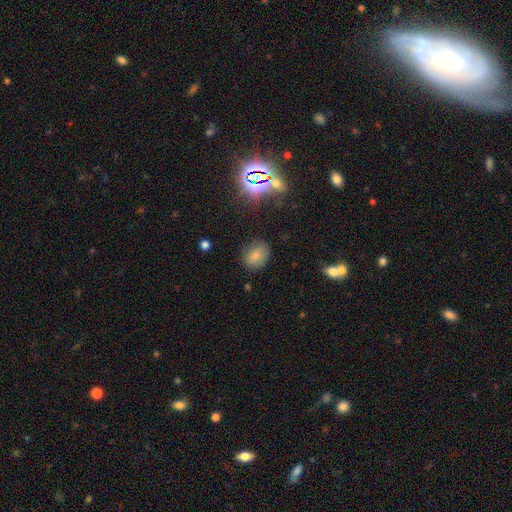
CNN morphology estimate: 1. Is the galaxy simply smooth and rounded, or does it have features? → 75% smooth, 15% star or artifact, 10% featured or disk.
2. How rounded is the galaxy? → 52% round, 46% in between, 1% cigar-shaped.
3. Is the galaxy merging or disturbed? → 78% none, 16% minor disturbance, 4% major disturbance, 2% merger.